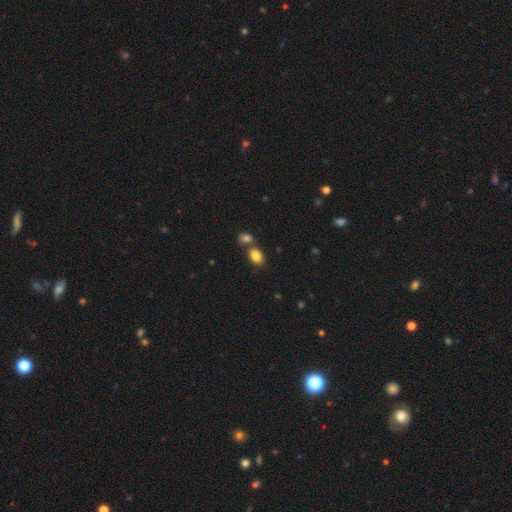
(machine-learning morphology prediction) Smooth or featured?
  - smooth: 85% *
  - star or artifact: 9%
  - featured or disk: 6%
How rounded?
  - in between: 83% *
  - round: 16%
  - cigar-shaped: 1%
Merging?
  - none: 54% *
  - merger: 33%
  - minor disturbance: 10%
  - major disturbance: 3%